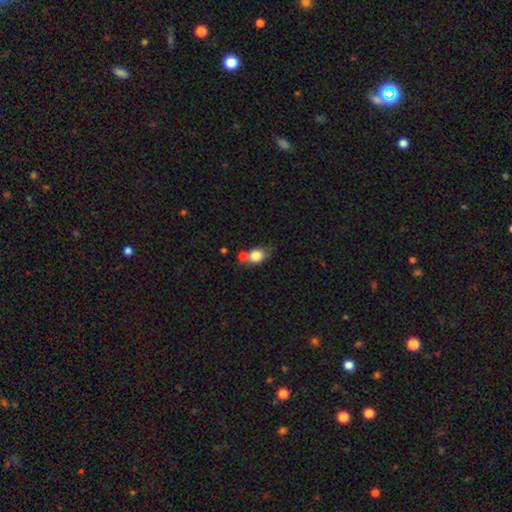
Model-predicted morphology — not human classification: smooth_or_featured: smooth (p=0.79) [alt: featured or disk p=0.12]
how_rounded: round (p=0.51) [alt: in between p=0.47]
merging: none (p=0.40) [alt: merger p=0.37]